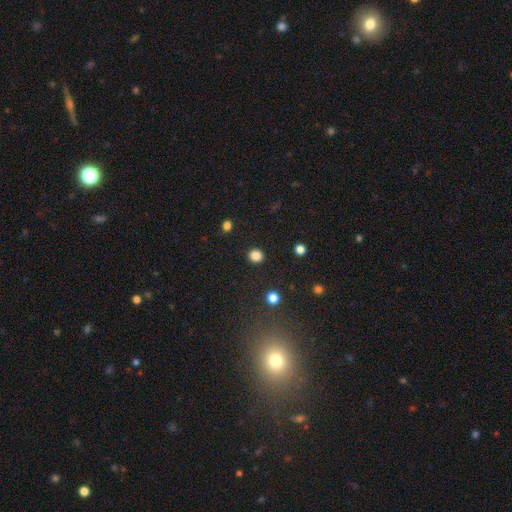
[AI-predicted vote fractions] smooth-or-featured: smooth: 85% | star or artifact: 12% | featured or disk: 3%
  how-rounded: round: 86% | in between: 13% | cigar-shaped: 1%
  merging: none: 91% | minor disturbance: 5% | major disturbance: 2% | merger: 1%